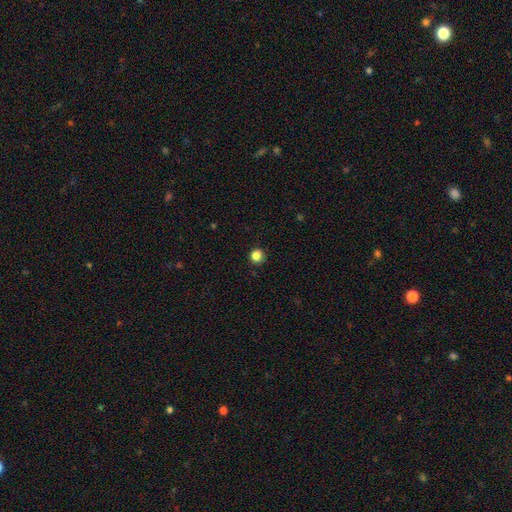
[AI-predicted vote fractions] smooth_or_featured: smooth (p=0.85) [alt: star or artifact p=0.11]
how_rounded: round (p=0.93) [alt: in between p=0.06]
merging: none (p=0.90) [alt: minor disturbance p=0.07]